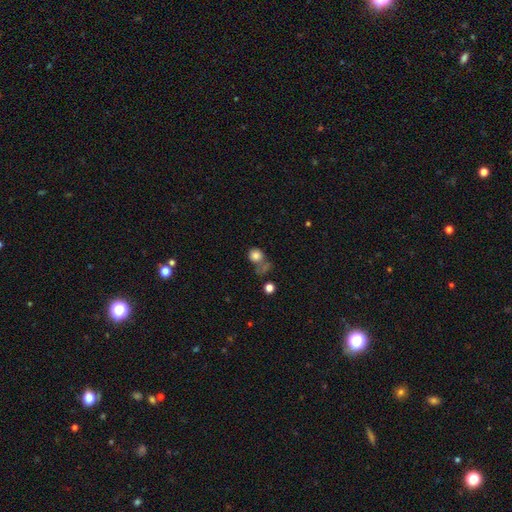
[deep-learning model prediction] The model was most divided on "merging": none: 43%, merger: 24%, minor disturbance: 17%, major disturbance: 16%. More confident: smooth or featured — smooth (79%); how rounded — round (79%).